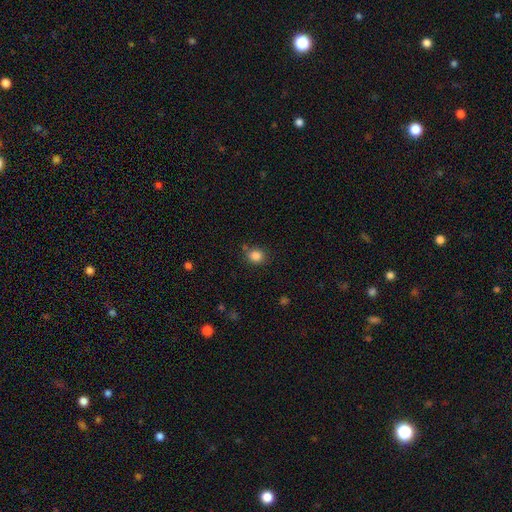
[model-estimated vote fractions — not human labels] Q: Smooth or featured?
A: smooth (85%); runner-up: star or artifact (11%)
Q: How rounded?
A: round (71%); runner-up: in between (29%)
Q: Merging?
A: none (78%); runner-up: minor disturbance (13%)